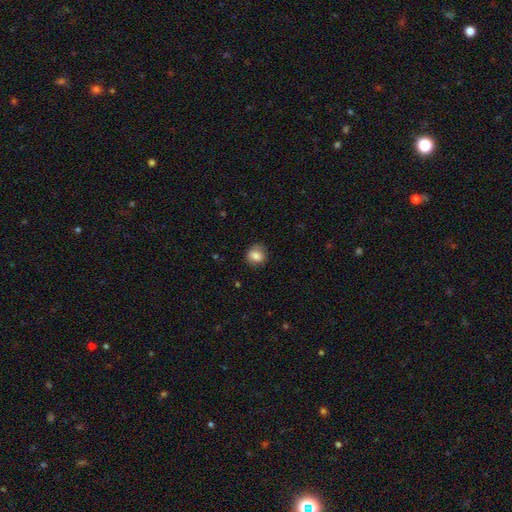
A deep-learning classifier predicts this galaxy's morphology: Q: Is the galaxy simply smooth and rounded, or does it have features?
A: smooth — 79%.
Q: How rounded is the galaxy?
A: round — 69%.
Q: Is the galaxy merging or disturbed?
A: none — 78%.